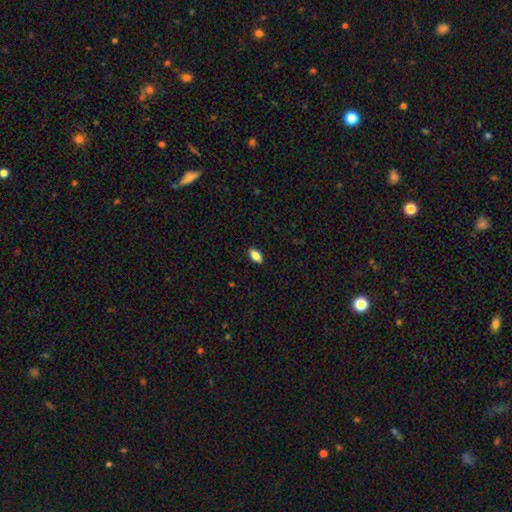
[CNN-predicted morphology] This appears to be a smooth galaxy with no disk features (82%) that is in between round and cigar-shaped (90%). Merging: none (89%).